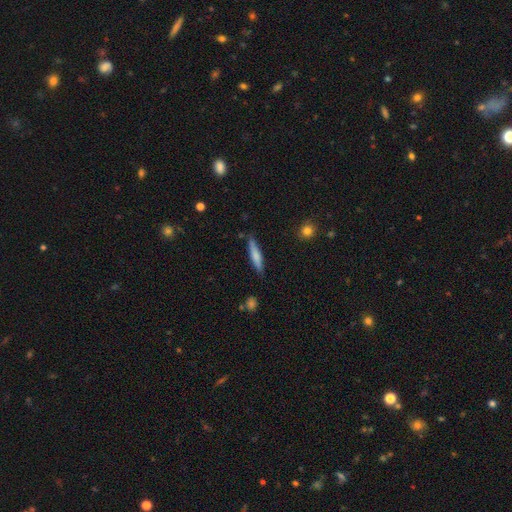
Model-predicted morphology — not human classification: smooth-or-featured: smooth: 67% | featured or disk: 27% | star or artifact: 6%
  how-rounded: cigar-shaped: 86% | in between: 12% | round: 2%
  merging: none: 83% | minor disturbance: 13% | major disturbance: 2% | merger: 2%